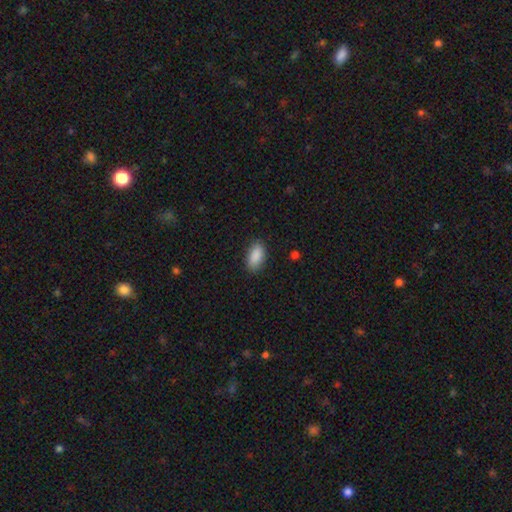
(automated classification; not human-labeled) A smooth galaxy with no disk features (90%) that is in between round and cigar-shaped (93%). Merging: none (86%).